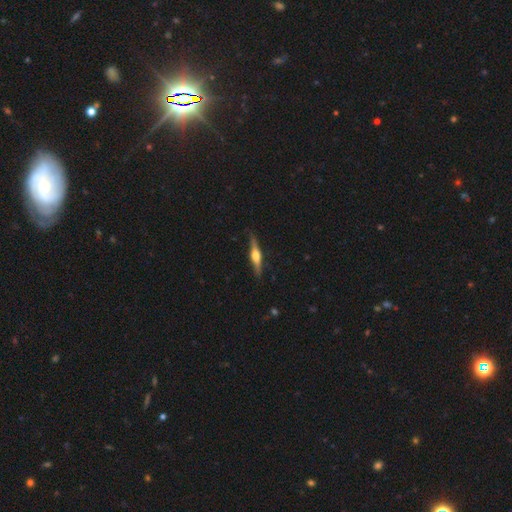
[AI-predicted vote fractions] This appears to be a featured or disk galaxy (72%) viewed edge-on (97%) with a rounded central bulge (92%). Merging: none (87%).